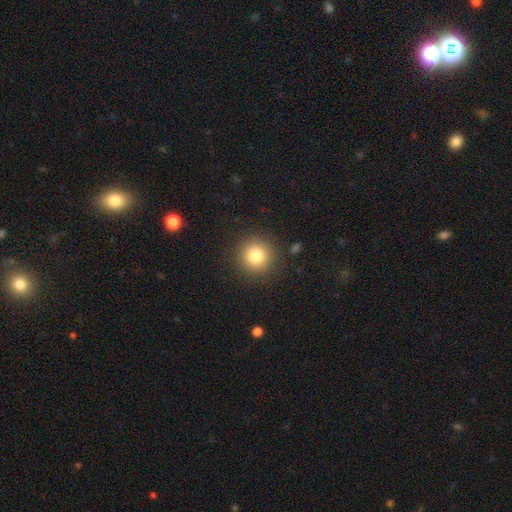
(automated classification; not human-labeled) A smooth galaxy with no disk features (82%) that is round (94%). Merging: none (90%).